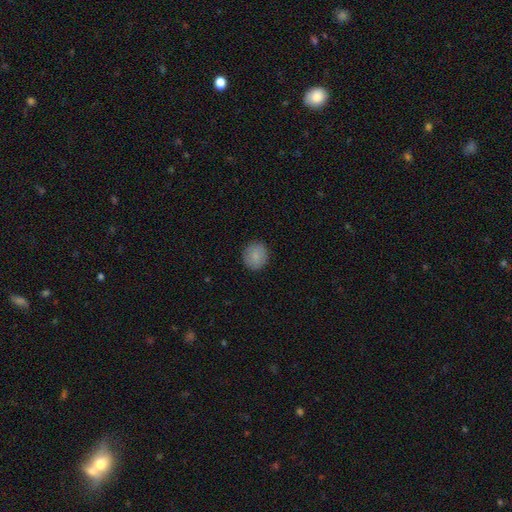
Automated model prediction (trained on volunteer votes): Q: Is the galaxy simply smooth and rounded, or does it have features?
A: smooth — 86%.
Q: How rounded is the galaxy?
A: round — 88%.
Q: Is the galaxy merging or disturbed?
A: none — 89%.